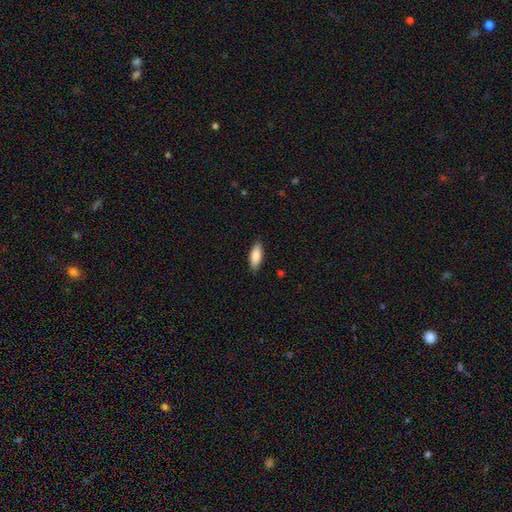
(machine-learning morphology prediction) Smooth or featured?
  - smooth: 86% *
  - featured or disk: 8%
  - star or artifact: 6%
How rounded?
  - in between: 73% *
  - cigar-shaped: 25%
  - round: 2%
Merging?
  - none: 87% *
  - minor disturbance: 10%
  - major disturbance: 2%
  - merger: 1%